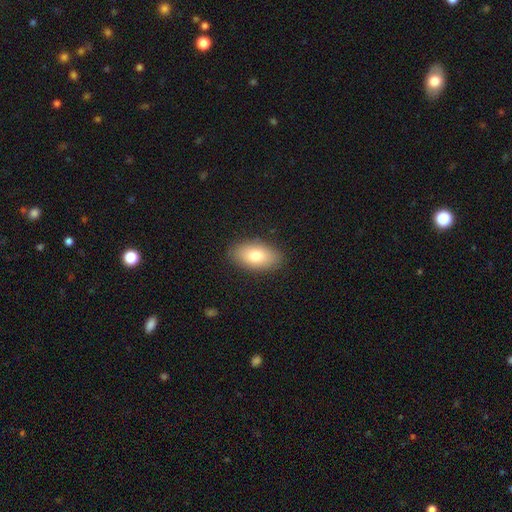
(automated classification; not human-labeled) Morphology: type=smooth (78%); roundness=in between (92%); merging=none (88%).